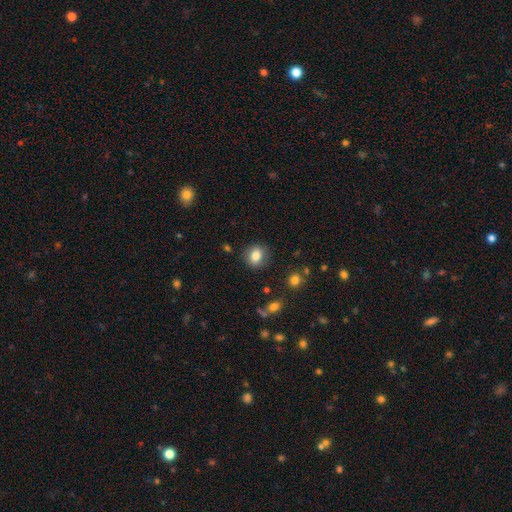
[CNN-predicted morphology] Smooth or featured: smooth — 83% (star or artifact — 9%)
How rounded: round — 68% (in between — 30%)
Merging: none — 86% (minor disturbance — 10%)